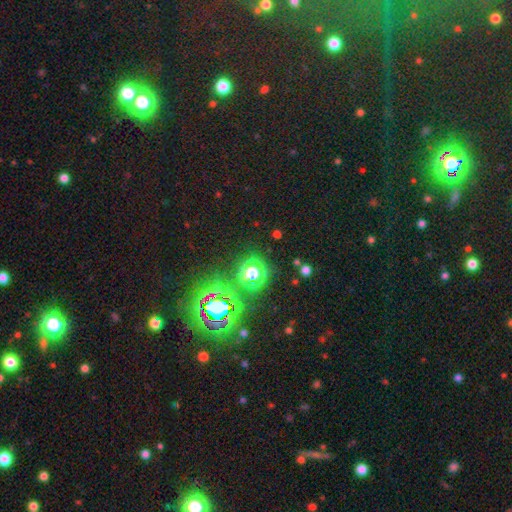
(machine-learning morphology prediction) Q: Smooth or featured?
A: star or artifact (78%); runner-up: smooth (15%)